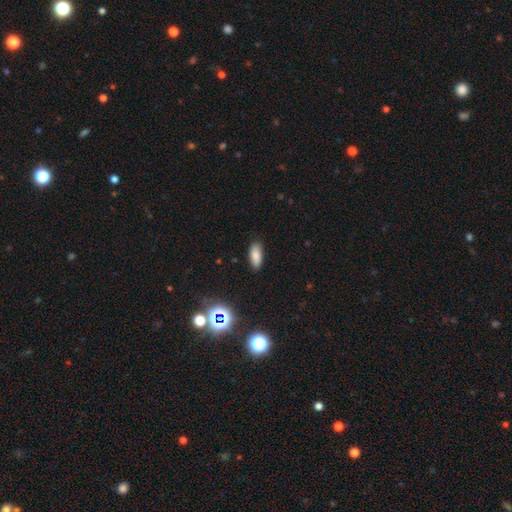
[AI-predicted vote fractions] Q: Smooth or featured?
A: smooth (82%); runner-up: star or artifact (11%)
Q: How rounded?
A: in between (83%); runner-up: cigar-shaped (15%)
Q: Merging?
A: none (84%); runner-up: minor disturbance (12%)